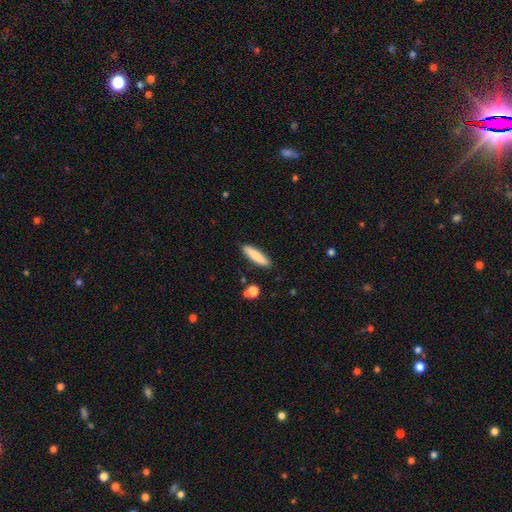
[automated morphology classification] Smooth or featured? Predicted: smooth (p=0.82). How rounded? Predicted: cigar-shaped (p=0.75). Merging? Predicted: none (p=0.88).